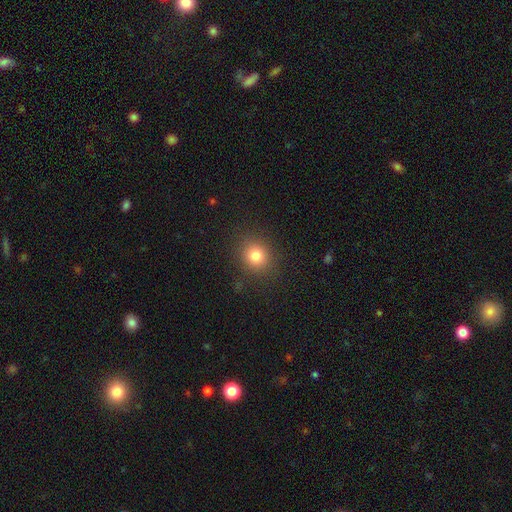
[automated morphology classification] Smooth or featured: smooth — 80% (star or artifact — 13%)
How rounded: round — 82% (in between — 17%)
Merging: none — 87% (minor disturbance — 8%)